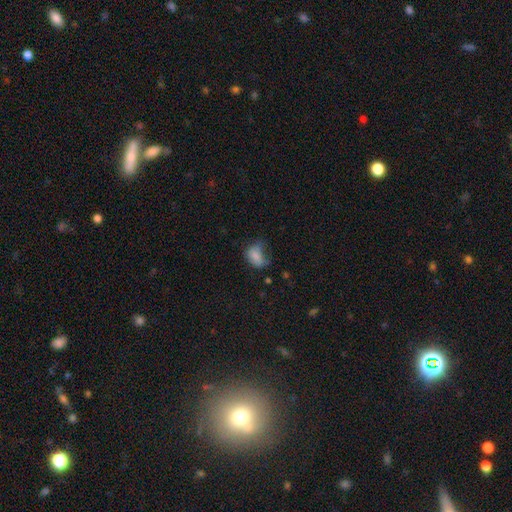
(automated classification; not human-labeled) smooth-or-featured: smooth: 74% | featured or disk: 14% | star or artifact: 12%
  how-rounded: in between: 82% | round: 16% | cigar-shaped: 2%
  merging: minor disturbance: 34% | none: 31% | major disturbance: 30% | merger: 4%